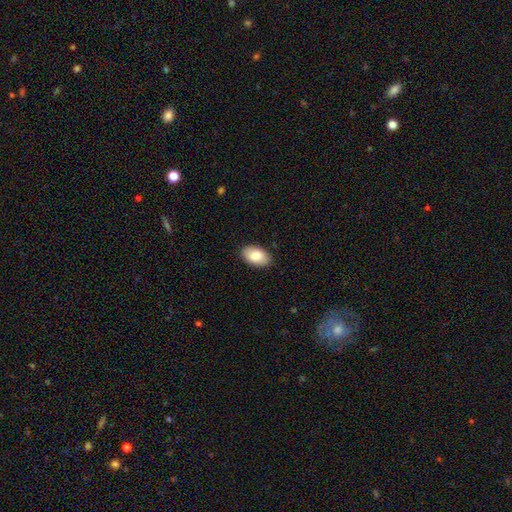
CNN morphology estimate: Q: Smooth or featured?
A: smooth (83%); runner-up: featured or disk (10%)
Q: How rounded?
A: in between (94%); runner-up: round (5%)
Q: Merging?
A: none (88%); runner-up: minor disturbance (9%)